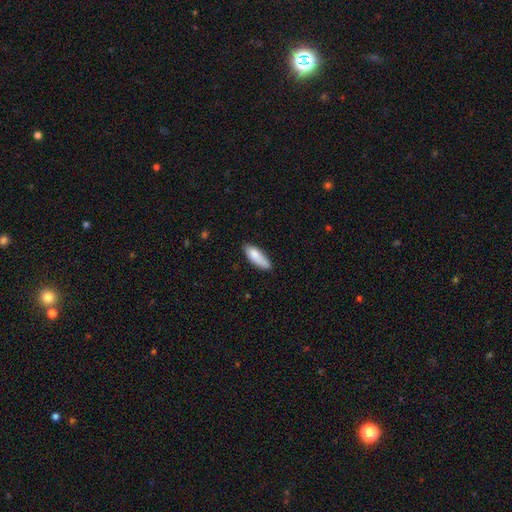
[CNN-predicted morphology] smooth-or-featured: smooth: 85% | featured or disk: 9% | star or artifact: 6%
  how-rounded: in between: 61% | cigar-shaped: 37% | round: 2%
  merging: none: 70% | minor disturbance: 24% | major disturbance: 4% | merger: 2%